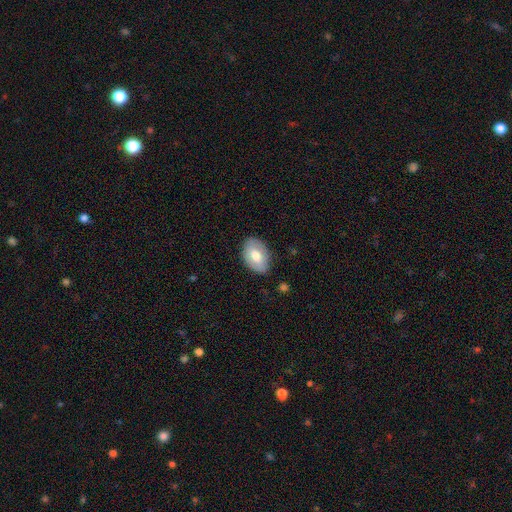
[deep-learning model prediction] The model was most divided on "smooth or featured": smooth: 63%, featured or disk: 30%, star or artifact: 6%. More confident: how rounded — in between (87%); merging — none (81%).